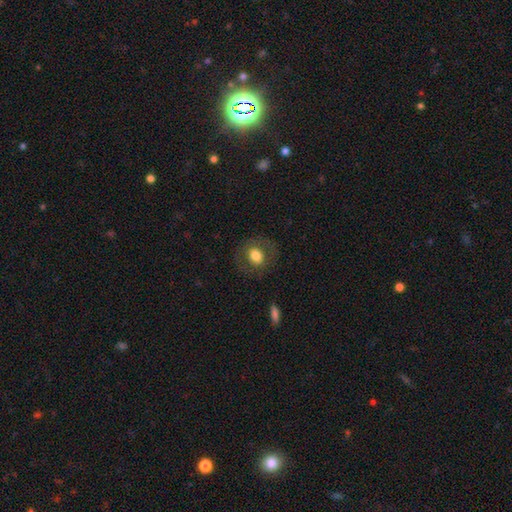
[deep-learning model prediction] A smooth galaxy with no disk features (69%) that is round (67%).

Vote fractions:
- Smooth or featured? smooth: 69% / featured or disk: 22% / star or artifact: 8%
- How rounded? round: 67% / in between: 32% / cigar-shaped: 1%
- Merging? none: 82% / minor disturbance: 11% / major disturbance: 6% / merger: 1%